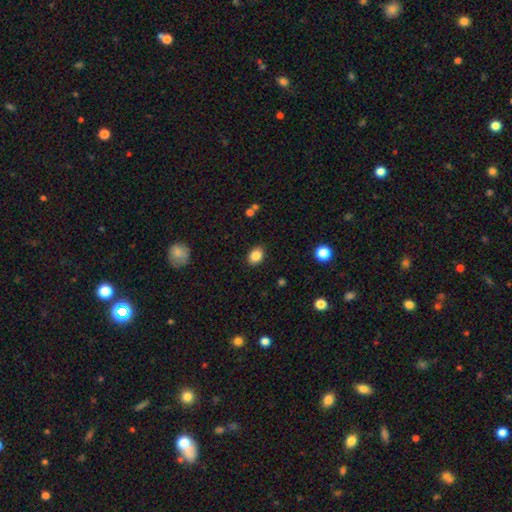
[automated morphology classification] Smooth or featured? Predicted: smooth (p=0.85). How rounded? Predicted: in between (p=0.64). Merging? Predicted: none (p=0.88).